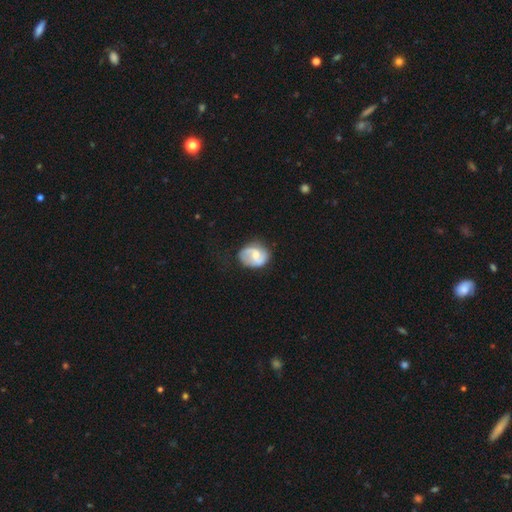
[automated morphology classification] The model was most divided on "bar": weak: 46%, no: 43%, strong: 11%. Remaining: edge-on disk — no (97%); spiral arms — yes (83%); spiral arm count — 2 (79%); merging — none (66%); smooth or featured — featured or disk (62%); bulge size — moderate (56%); spiral winding — medium (43%).